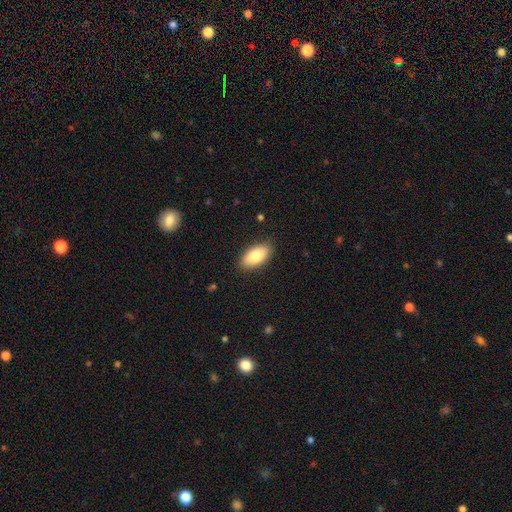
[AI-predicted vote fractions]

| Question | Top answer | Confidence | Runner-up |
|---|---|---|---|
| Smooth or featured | smooth | 82% | featured or disk (11%) |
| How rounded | in between | 93% | cigar-shaped (4%) |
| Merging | none | 88% | minor disturbance (9%) |